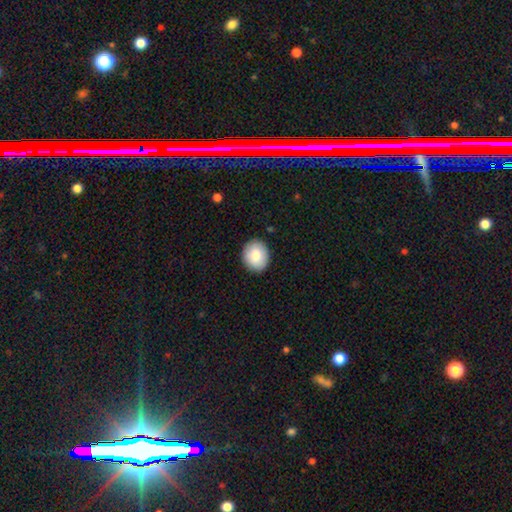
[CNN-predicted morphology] type=smooth (84%); roundness=round (60%); merging=none (89%).